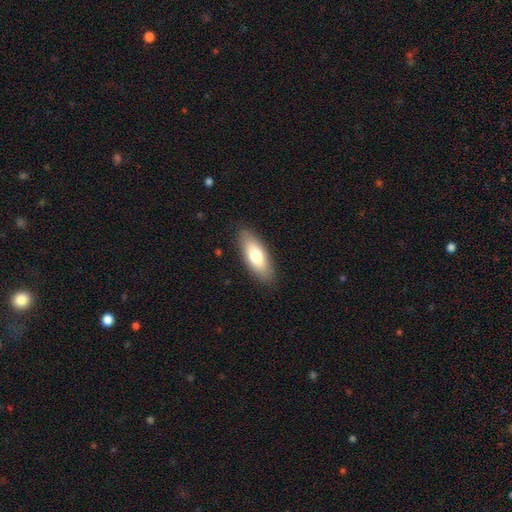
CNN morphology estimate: Q: Smooth or featured?
A: smooth (73%); runner-up: featured or disk (21%)
Q: How rounded?
A: in between (73%); runner-up: cigar-shaped (25%)
Q: Merging?
A: none (87%); runner-up: minor disturbance (10%)